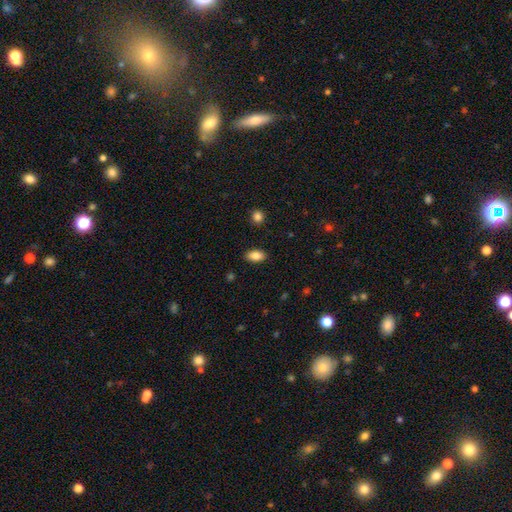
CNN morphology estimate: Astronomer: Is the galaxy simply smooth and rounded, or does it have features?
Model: smooth — 86%.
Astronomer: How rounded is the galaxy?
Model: in between — 91%.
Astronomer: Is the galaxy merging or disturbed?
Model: none — 88%.